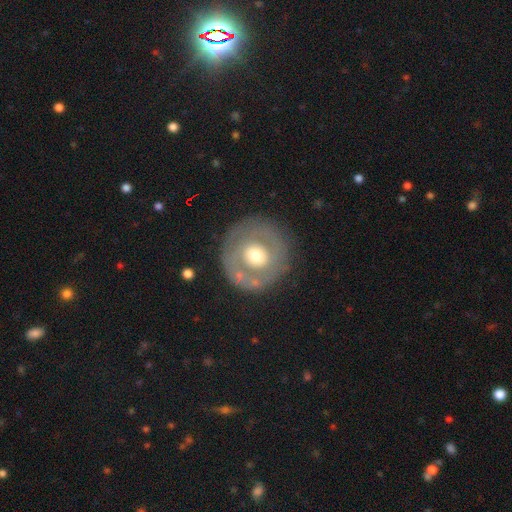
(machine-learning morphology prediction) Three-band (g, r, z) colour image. It shows a featured or disk galaxy (51%). Merging: none (79%).